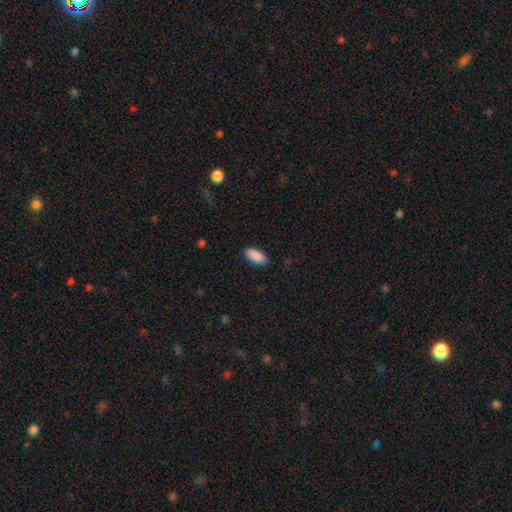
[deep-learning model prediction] Q: Smooth or featured?
A: smooth (90%); runner-up: star or artifact (6%)
Q: How rounded?
A: in between (82%); runner-up: cigar-shaped (16%)
Q: Merging?
A: none (88%); runner-up: minor disturbance (9%)